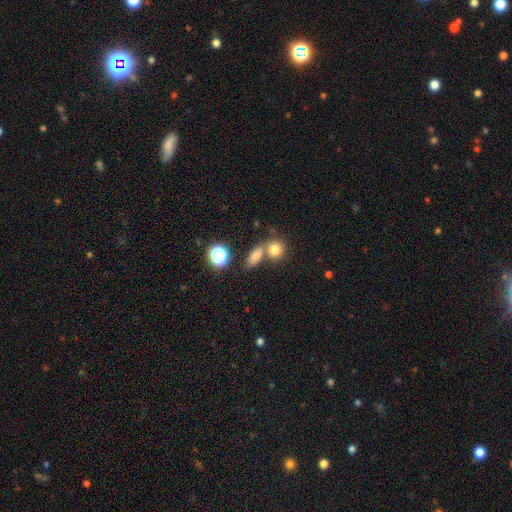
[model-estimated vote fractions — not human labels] This appears to be a smooth galaxy with no disk features (76%) that is in between round and cigar-shaped (62%). Merging: none (52%).